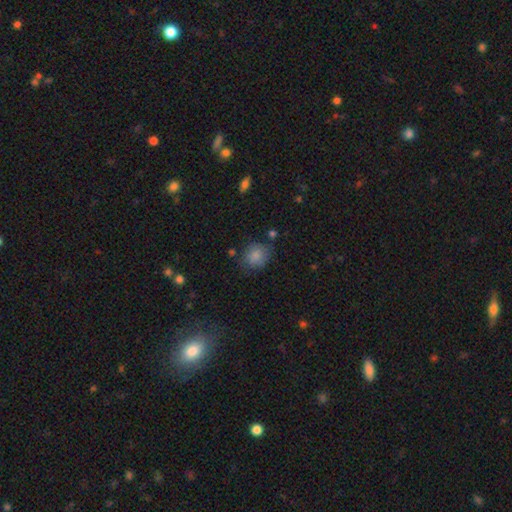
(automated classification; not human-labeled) A smooth galaxy with no disk features (84%) that is round (73%). Merging: none (70%).